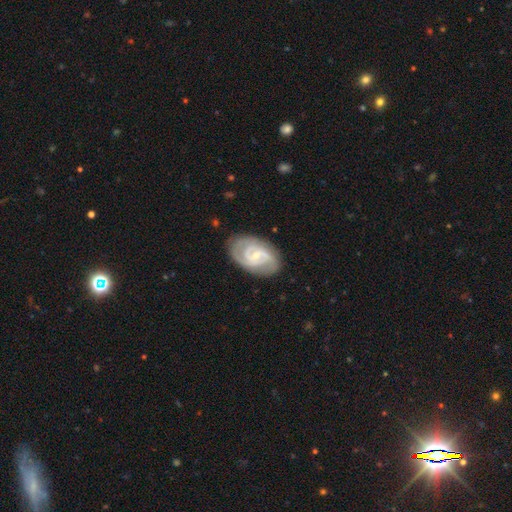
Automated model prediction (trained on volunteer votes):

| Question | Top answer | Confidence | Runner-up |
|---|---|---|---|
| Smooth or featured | featured or disk | 86% | smooth (9%) |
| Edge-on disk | no | 97% | yes (3%) |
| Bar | weak | 51% | no (35%) |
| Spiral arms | yes | 96% | no (4%) |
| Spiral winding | tight | 49% | medium (42%) |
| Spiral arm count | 2 | 71% | 3 (12%) |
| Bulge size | small | 68% | moderate (28%) |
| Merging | none | 80% | minor disturbance (15%) |